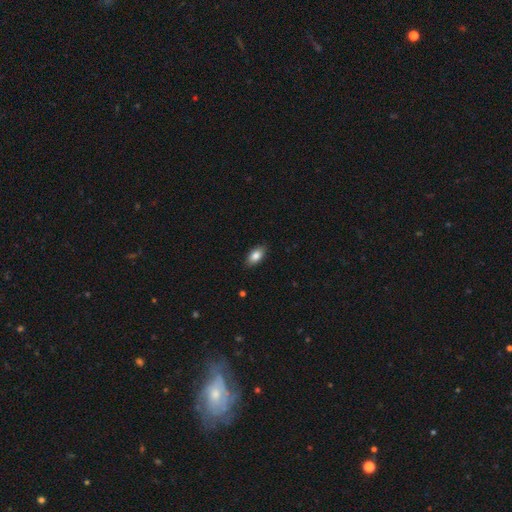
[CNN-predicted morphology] The model was most divided on "smooth or featured": smooth: 83%, featured or disk: 10%, star or artifact: 7%. More confident: how rounded — in between (91%); merging — none (88%).